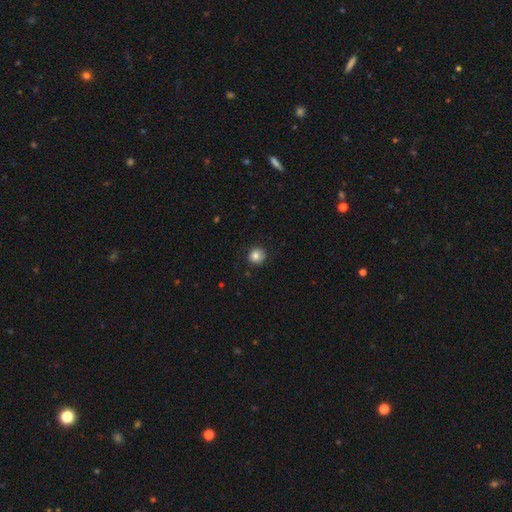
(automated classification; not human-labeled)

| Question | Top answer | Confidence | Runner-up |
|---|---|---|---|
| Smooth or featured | smooth | 83% | star or artifact (10%) |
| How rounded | round | 90% | in between (9%) |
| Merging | none | 86% | minor disturbance (11%) |